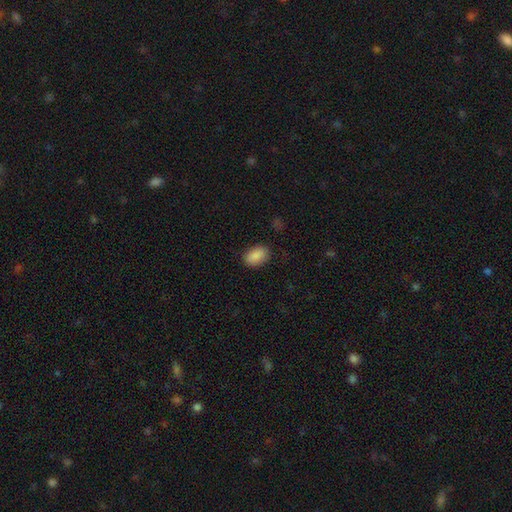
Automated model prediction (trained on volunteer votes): smooth_or_featured: smooth (p=0.88) [alt: star or artifact p=0.07]
how_rounded: in between (p=0.88) [alt: round p=0.11]
merging: none (p=0.86) [alt: minor disturbance p=0.10]